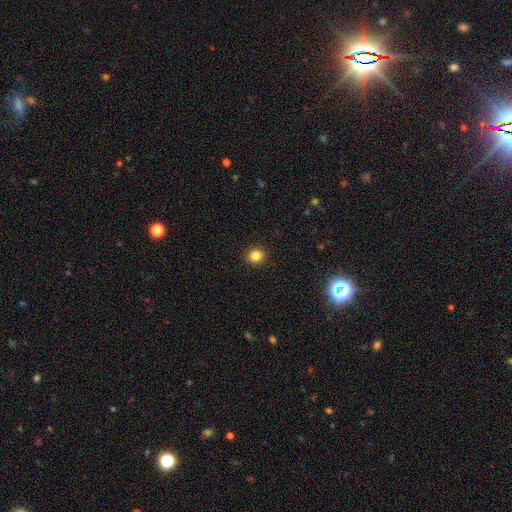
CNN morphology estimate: This is clearly a smooth galaxy (84%). How rounded: clearly round (84%). Merging: clearly none (92%).